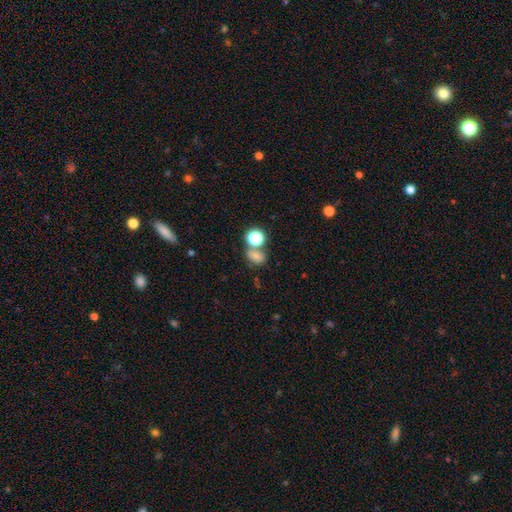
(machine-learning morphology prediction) A smooth galaxy with no disk features (67%) that is round (50%). Merging: none (52%).